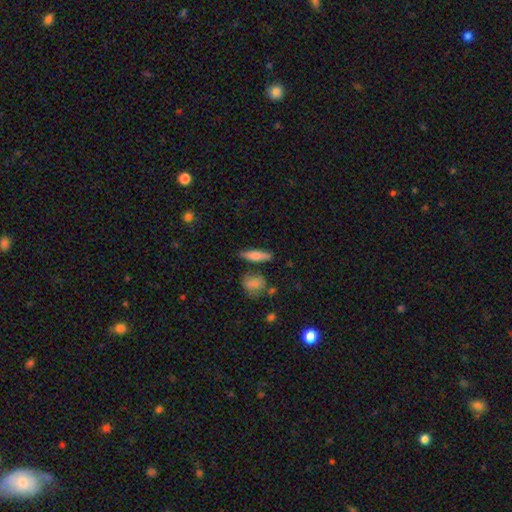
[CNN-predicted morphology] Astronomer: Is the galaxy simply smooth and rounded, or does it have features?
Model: smooth — 73%.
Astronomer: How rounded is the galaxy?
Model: cigar-shaped — 61%.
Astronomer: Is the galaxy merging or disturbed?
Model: none — 75%.